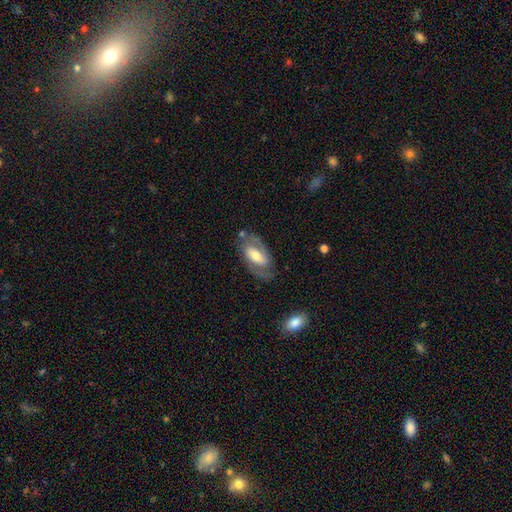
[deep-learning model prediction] This appears to be a featured or disk galaxy (68%) with a strong bar (38%), spiral arms (78%) and a moderate central bulge (59%). Merging: none (74%).